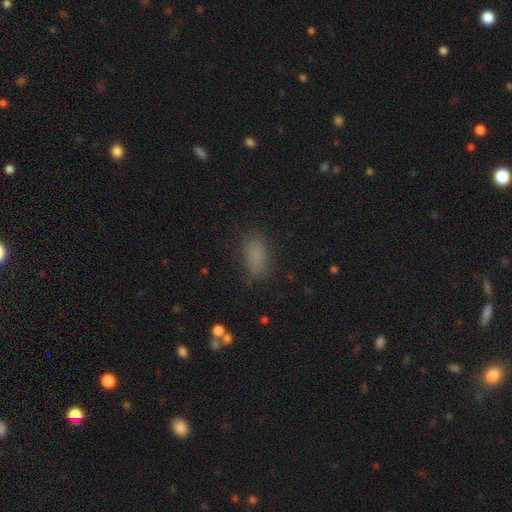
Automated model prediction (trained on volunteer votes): A smooth galaxy with no disk features (82%) that is in between round and cigar-shaped (84%). Merging: none (80%).